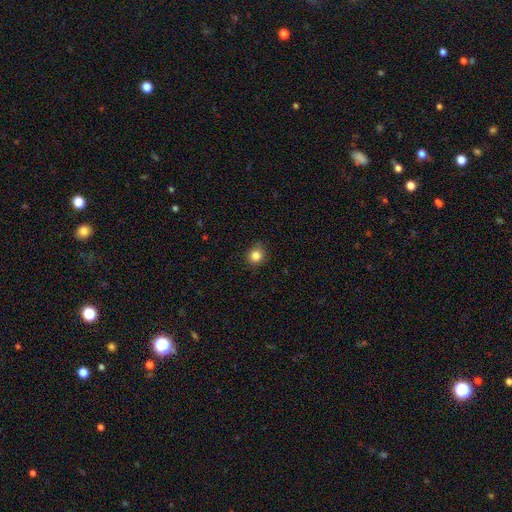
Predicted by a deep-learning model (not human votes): smooth 83%, star or artifact 12%, featured or disk 5%. Down the decision tree: how rounded — round (86%); merging — none (84%).